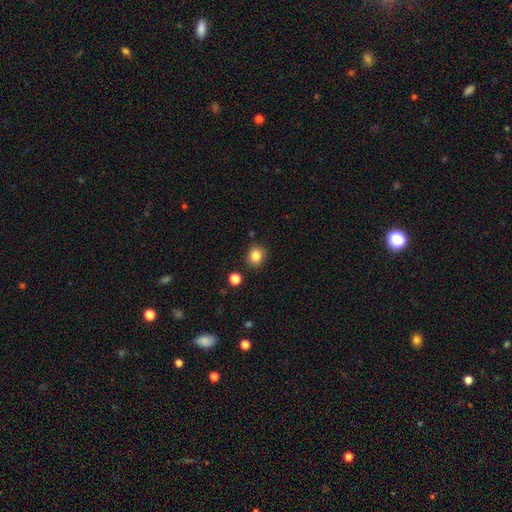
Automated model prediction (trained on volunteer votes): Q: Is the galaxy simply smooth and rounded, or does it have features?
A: smooth — 83%.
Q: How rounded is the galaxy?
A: round — 78%.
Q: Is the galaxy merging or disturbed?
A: none — 87%.